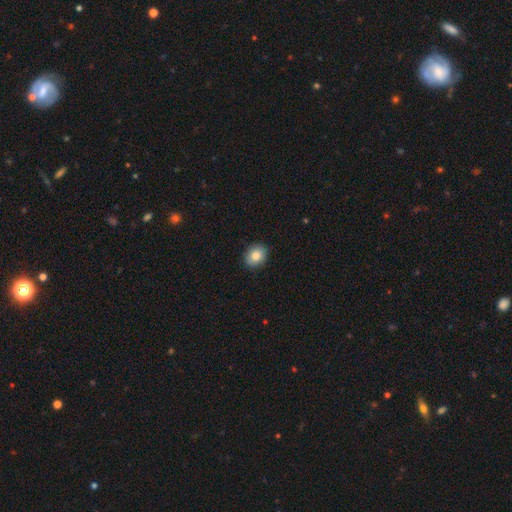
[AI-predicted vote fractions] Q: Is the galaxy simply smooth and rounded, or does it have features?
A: smooth — 83%.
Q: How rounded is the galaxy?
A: round — 57%.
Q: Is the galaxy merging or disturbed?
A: none — 89%.